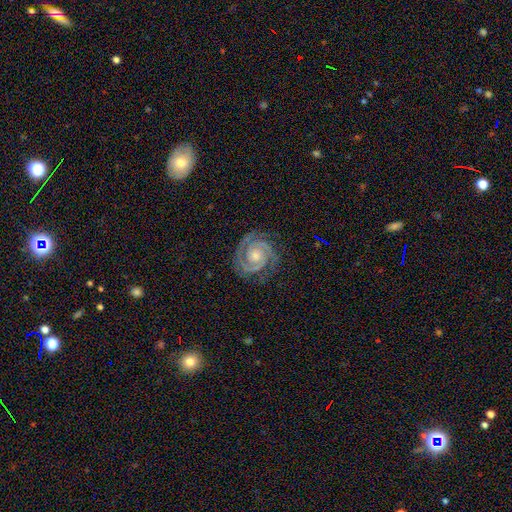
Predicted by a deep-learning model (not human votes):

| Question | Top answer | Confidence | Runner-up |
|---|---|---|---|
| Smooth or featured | featured or disk | 92% | star or artifact (5%) |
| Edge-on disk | no | 98% | yes (2%) |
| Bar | no | 69% | weak (22%) |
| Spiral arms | yes | 99% | no (1%) |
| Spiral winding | tight | 77% | medium (21%) |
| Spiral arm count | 2 | 86% | 3 (7%) |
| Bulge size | moderate | 51% | small (43%) |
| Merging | none | 83% | minor disturbance (12%) |